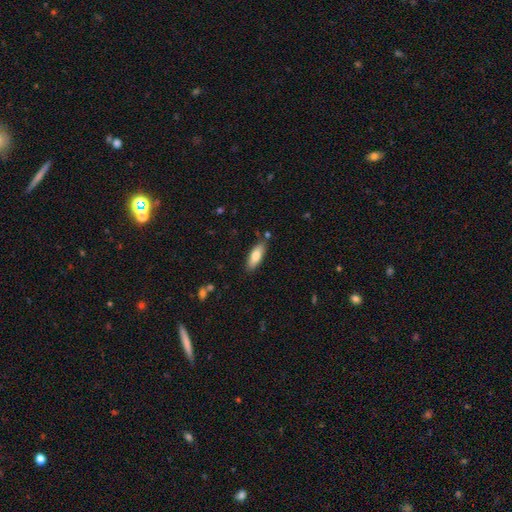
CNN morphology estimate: A smooth galaxy with no disk features (76%) that is in between round and cigar-shaped (66%).

Vote fractions:
- Smooth or featured? smooth: 76% / featured or disk: 18% / star or artifact: 6%
- How rounded? in between: 66% / cigar-shaped: 32% / round: 2%
- Merging? none: 82% / minor disturbance: 12% / merger: 3% / major disturbance: 2%